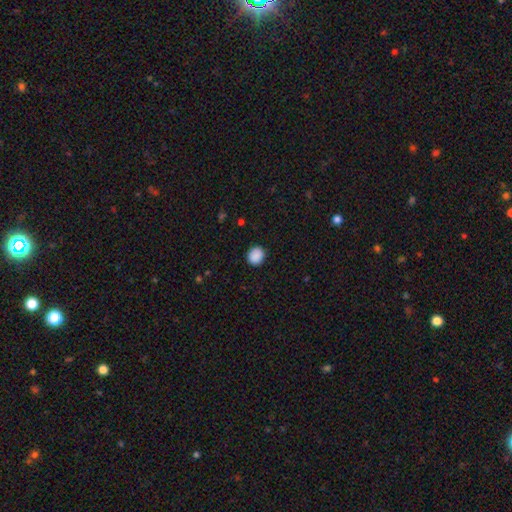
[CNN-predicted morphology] Q: Smooth or featured?
A: smooth (89%); runner-up: star or artifact (8%)
Q: How rounded?
A: round (81%); runner-up: in between (18%)
Q: Merging?
A: none (90%); runner-up: minor disturbance (7%)